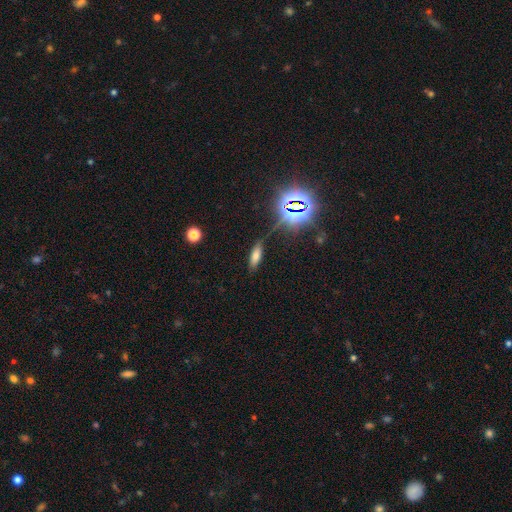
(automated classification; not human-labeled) smooth-or-featured: smooth: 63% | star or artifact: 23% | featured or disk: 14%
  how-rounded: in between: 58% | cigar-shaped: 38% | round: 3%
  merging: none: 76% | minor disturbance: 15% | major disturbance: 5% | merger: 3%